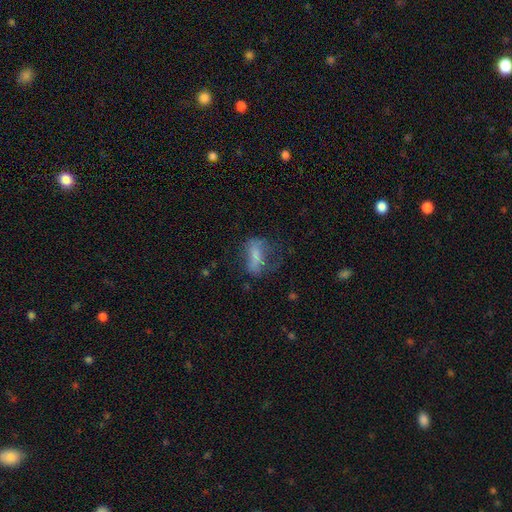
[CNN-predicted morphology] Smooth or featured? smooth (53%)
How rounded? in between (75%)
Merging? major disturbance (37%)